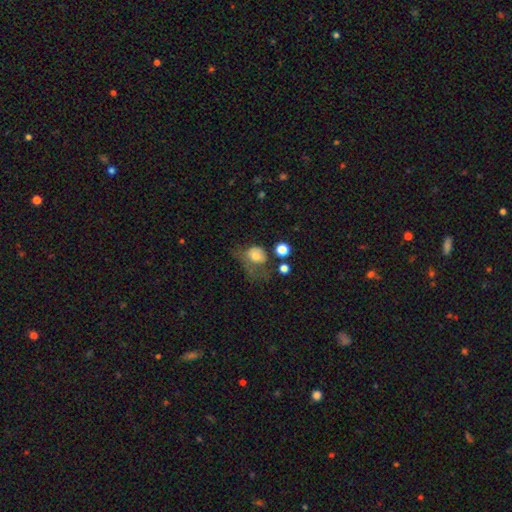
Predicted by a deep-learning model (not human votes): A smooth galaxy with no disk features (69%) that is round (57%).

Vote fractions:
- Smooth or featured? smooth: 69% / featured or disk: 20% / star or artifact: 11%
- How rounded? round: 57% / in between: 42% / cigar-shaped: 1%
- Merging? major disturbance: 49% / minor disturbance: 22% / none: 21% / merger: 8%